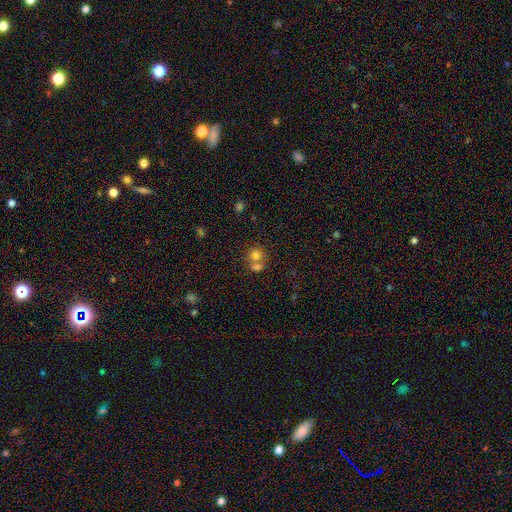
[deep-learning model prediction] smooth-or-featured: smooth: 76% | star or artifact: 13% | featured or disk: 12%
  how-rounded: round: 83% | in between: 16% | cigar-shaped: 1%
  merging: merger: 49% | none: 41% | minor disturbance: 7% | major disturbance: 3%